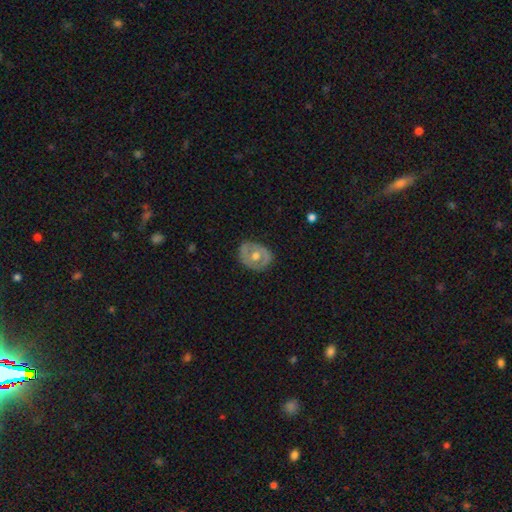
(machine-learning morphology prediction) smooth-or-featured: featured or disk: 57% | smooth: 37% | star or artifact: 6%
  disk-edge-on: no: 94% | yes: 6%
    bar: no: 79% | weak: 16% | strong: 6%
    has-spiral-arms: no: 79% | yes: 21%
    bulge-size: moderate: 78% | small: 13% | large: 7% | none: 1% | dominant: 1%
  merging: none: 80% | minor disturbance: 15% | major disturbance: 4% | merger: 1%